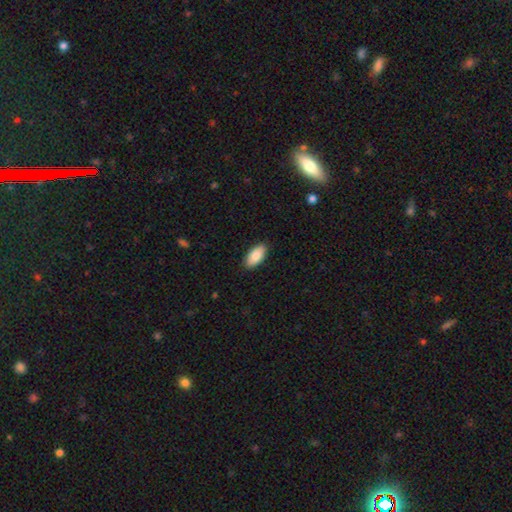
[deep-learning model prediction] A smooth galaxy with no disk features (85%) that is in between round and cigar-shaped (94%).

Vote fractions:
- Smooth or featured? smooth: 85% / featured or disk: 9% / star or artifact: 6%
- How rounded? in between: 94% / cigar-shaped: 4% / round: 2%
- Merging? none: 88% / minor disturbance: 9% / major disturbance: 2% / merger: 1%